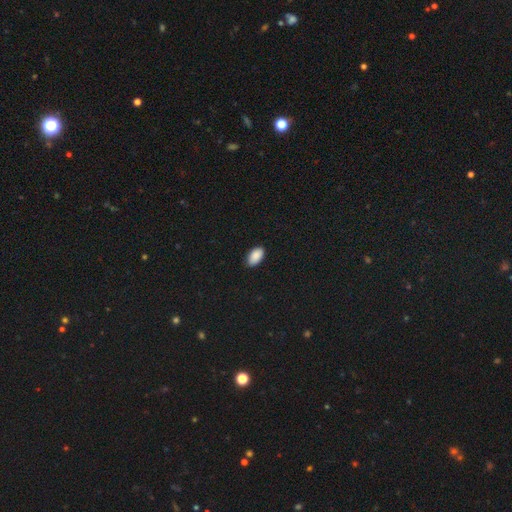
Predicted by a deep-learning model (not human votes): Smooth or featured: smooth — 89% (star or artifact — 7%)
How rounded: in between — 95% (round — 3%)
Merging: none — 86% (minor disturbance — 11%)